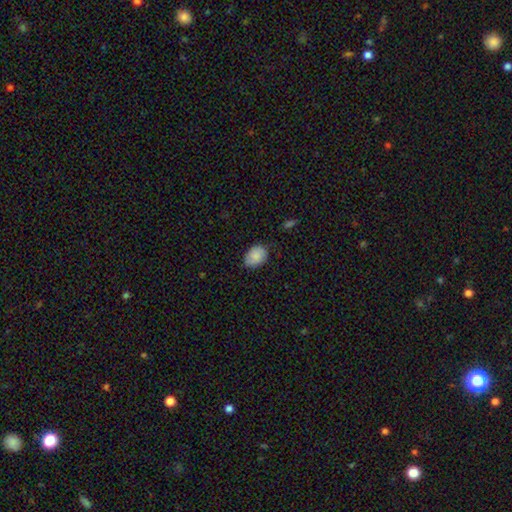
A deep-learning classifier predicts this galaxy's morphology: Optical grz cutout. It shows a smooth galaxy with no disk features (86%) that is in between round and cigar-shaped (72%). Merging: none (73%).